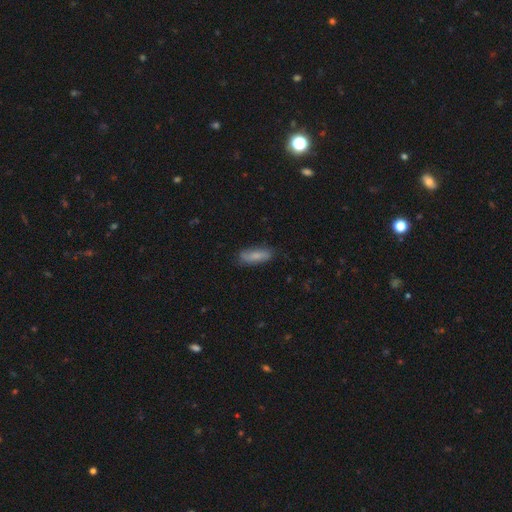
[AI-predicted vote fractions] Q: Smooth or featured?
A: smooth (75%); runner-up: featured or disk (18%)
Q: How rounded?
A: in between (60%); runner-up: cigar-shaped (38%)
Q: Merging?
A: none (76%); runner-up: minor disturbance (19%)